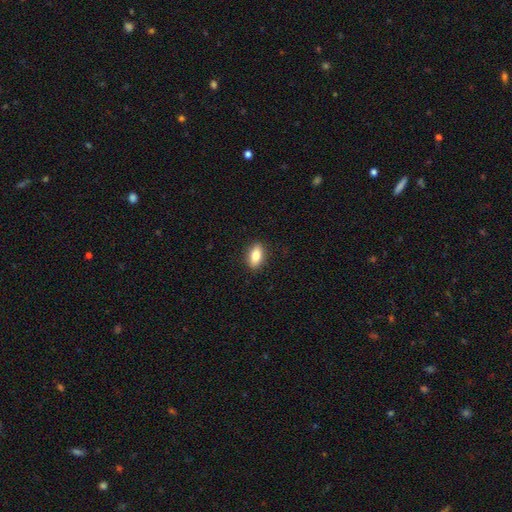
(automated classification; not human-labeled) Overall: smooth (79%). How rounded: in between (83%). Merging: none (89%).